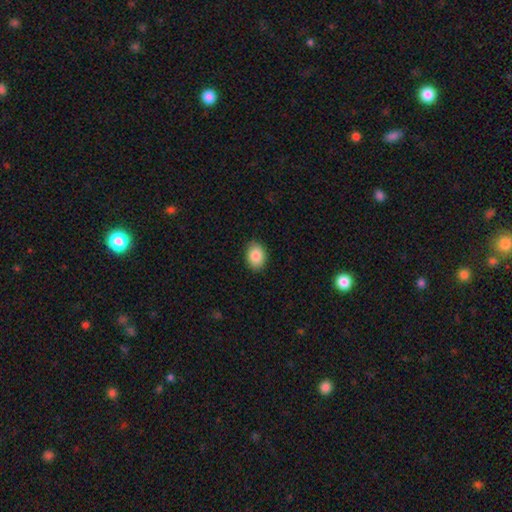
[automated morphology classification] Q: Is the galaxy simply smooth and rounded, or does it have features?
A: smooth — 87%.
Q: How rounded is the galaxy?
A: in between — 68%.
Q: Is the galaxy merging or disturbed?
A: none — 88%.